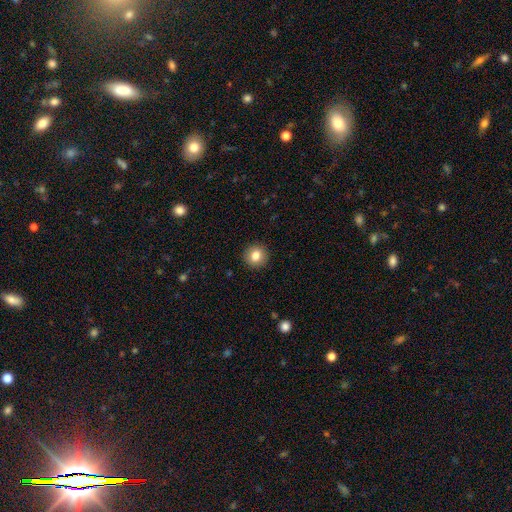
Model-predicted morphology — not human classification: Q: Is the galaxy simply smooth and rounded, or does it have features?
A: smooth — 83%.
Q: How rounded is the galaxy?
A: round — 93%.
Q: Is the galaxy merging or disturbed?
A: none — 92%.